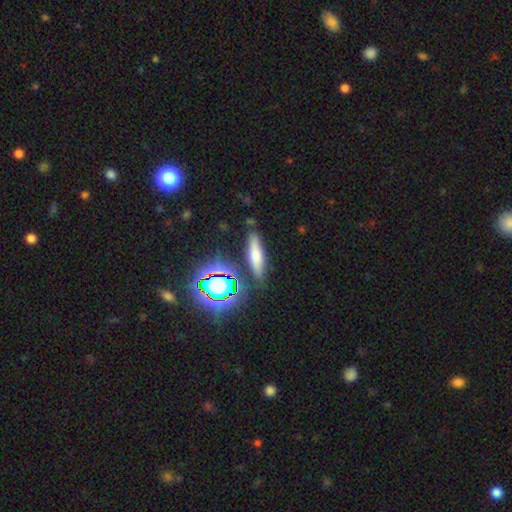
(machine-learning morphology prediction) smooth-or-featured: smooth: 57% | featured or disk: 26% | star or artifact: 17%
  how-rounded: cigar-shaped: 66% | in between: 28% | round: 6%
  merging: none: 81% | minor disturbance: 11% | merger: 4% | major disturbance: 4%